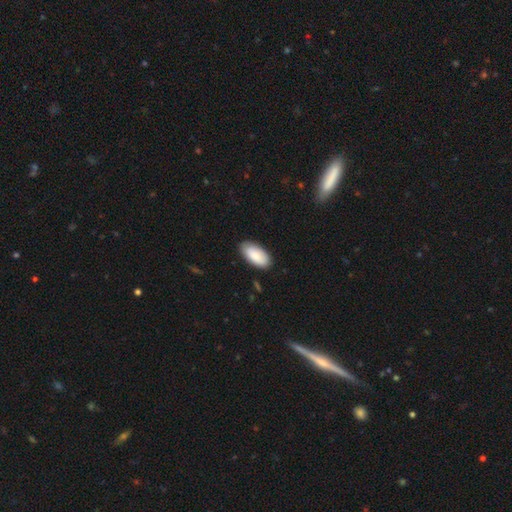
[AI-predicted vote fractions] This is clearly a smooth galaxy (87%). How rounded: clearly in between (94%). Merging: clearly none (86%).